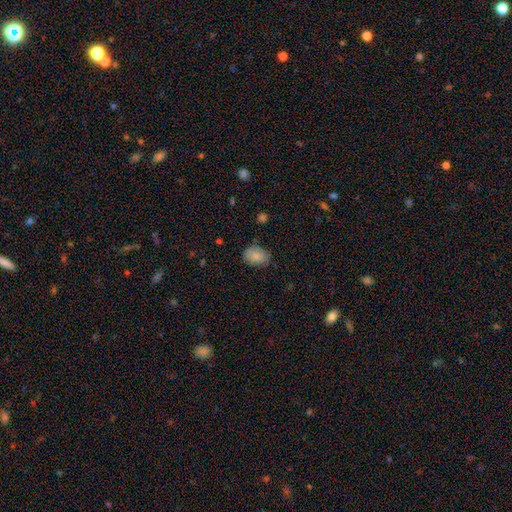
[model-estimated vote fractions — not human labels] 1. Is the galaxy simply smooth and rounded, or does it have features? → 81% smooth, 11% featured or disk, 8% star or artifact.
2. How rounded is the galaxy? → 76% in between, 23% round, 1% cigar-shaped.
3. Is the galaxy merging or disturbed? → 71% none, 23% minor disturbance, 4% major disturbance, 2% merger.